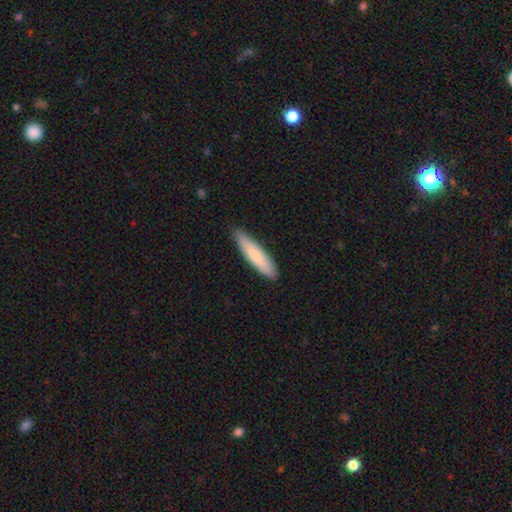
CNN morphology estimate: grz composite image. It shows a smooth galaxy with no disk features (82%) that is cigar-shaped (81%). Merging: none (86%).